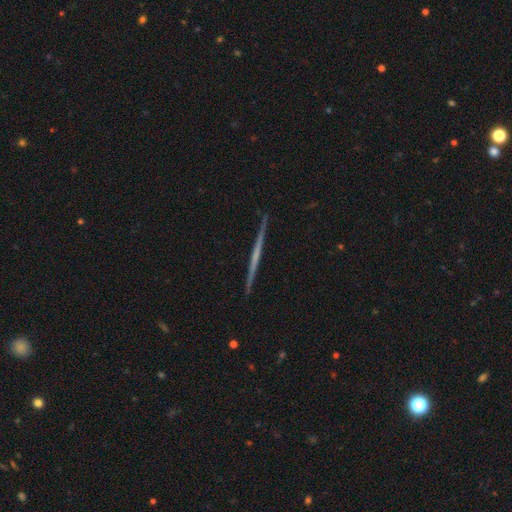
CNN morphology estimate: Q: Smooth or featured?
A: featured or disk (69%); runner-up: smooth (25%)
Q: Edge-on disk?
A: yes (98%); runner-up: no (2%)
Q: Edge-on bulge?
A: none (85%); runner-up: rounded (10%)
Q: Merging?
A: none (92%); runner-up: minor disturbance (6%)